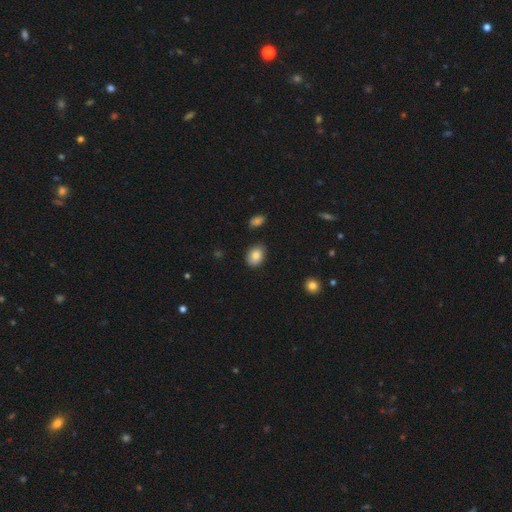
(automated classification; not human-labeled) Overall: smooth (85%). How rounded: in between (74%). Merging: none (83%).